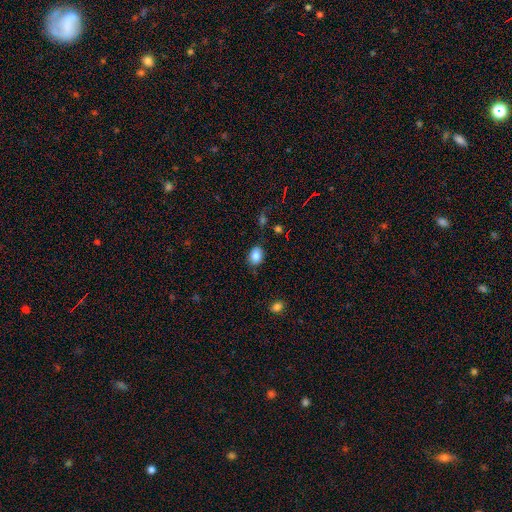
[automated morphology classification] smooth 84%, star or artifact 9%, featured or disk 7%. Down the decision tree: how rounded — in between (65%); merging — none (80%).